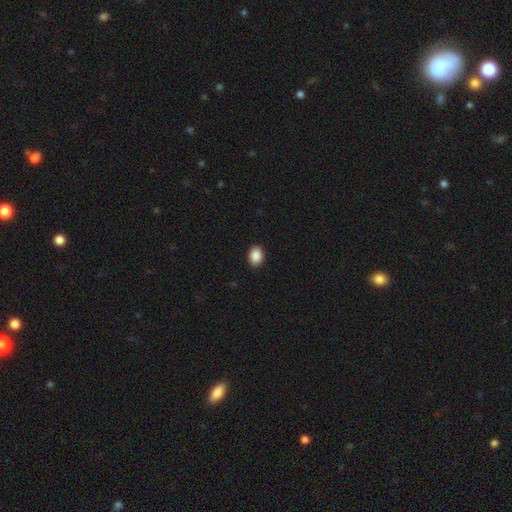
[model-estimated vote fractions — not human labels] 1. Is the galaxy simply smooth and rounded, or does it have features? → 89% smooth, 8% star or artifact, 3% featured or disk.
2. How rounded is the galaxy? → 70% in between, 29% round, 1% cigar-shaped.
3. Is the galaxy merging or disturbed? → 91% none, 6% minor disturbance, 2% major disturbance, 1% merger.